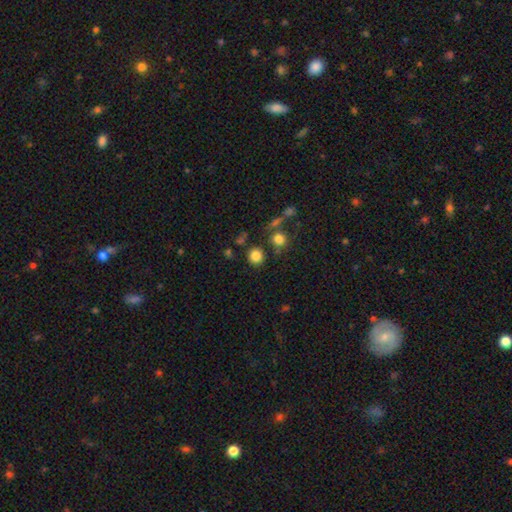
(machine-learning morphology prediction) A smooth galaxy with no disk features (82%) that is round (89%).

Vote fractions:
- Smooth or featured? smooth: 82% / star or artifact: 12% / featured or disk: 5%
- How rounded? round: 89% / in between: 10% / cigar-shaped: 1%
- Merging? none: 82% / minor disturbance: 8% / merger: 7% / major disturbance: 3%